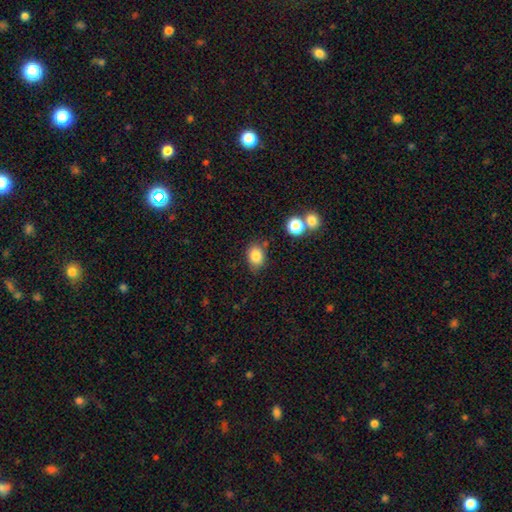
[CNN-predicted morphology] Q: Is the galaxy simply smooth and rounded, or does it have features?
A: smooth — 83%.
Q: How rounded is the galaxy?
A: in between — 68%.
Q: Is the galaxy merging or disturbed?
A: none — 75%.